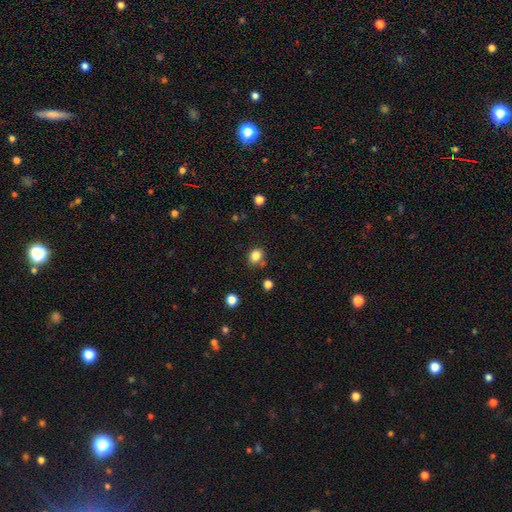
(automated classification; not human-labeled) Smooth or featured? Predicted: smooth (p=0.83). How rounded? Predicted: round (p=0.60). Merging? Predicted: none (p=0.72).